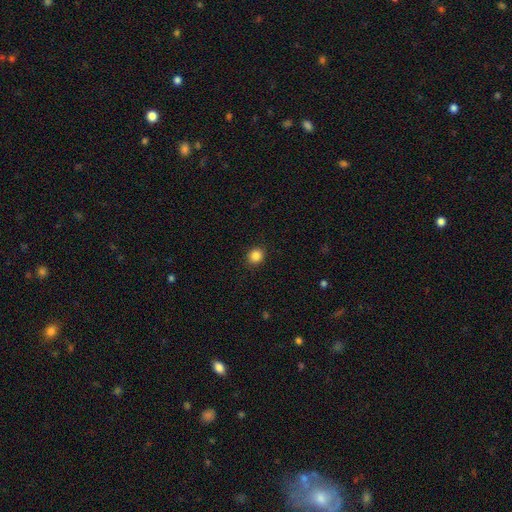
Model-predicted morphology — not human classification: A smooth galaxy with no disk features (86%) that is round (83%).

Vote fractions:
- Smooth or featured? smooth: 86% / star or artifact: 11% / featured or disk: 4%
- How rounded? round: 83% / in between: 16% / cigar-shaped: 1%
- Merging? none: 90% / minor disturbance: 7% / major disturbance: 2% / merger: 1%